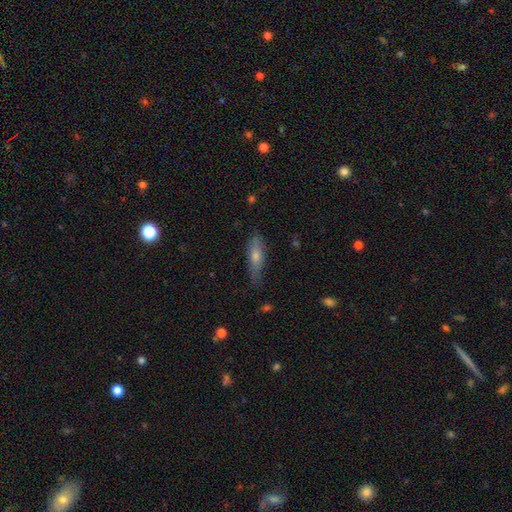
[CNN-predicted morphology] This appears to be a smooth galaxy with no disk features (52%) that is cigar-shaped (64%). Merging: none (76%).